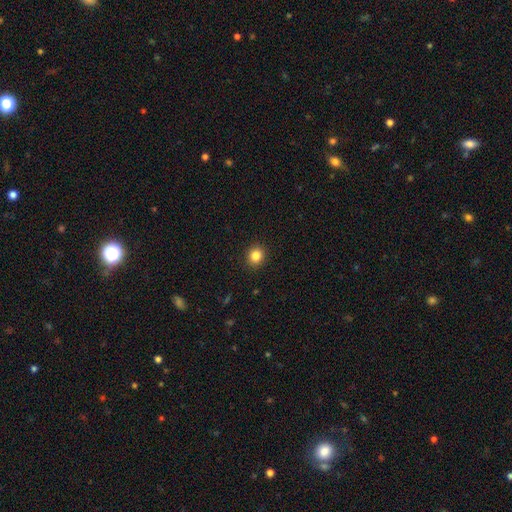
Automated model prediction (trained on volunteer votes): Q: Smooth or featured?
A: smooth (84%); runner-up: star or artifact (11%)
Q: How rounded?
A: round (85%); runner-up: in between (14%)
Q: Merging?
A: none (92%); runner-up: minor disturbance (5%)